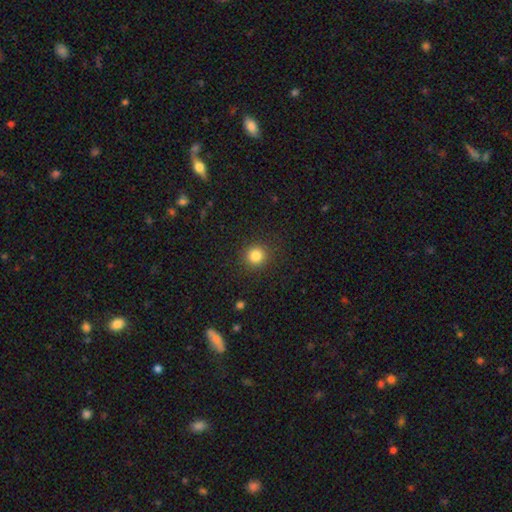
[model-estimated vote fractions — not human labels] This appears to be a smooth galaxy with no disk features (83%) that is round (91%). Merging: none (90%).